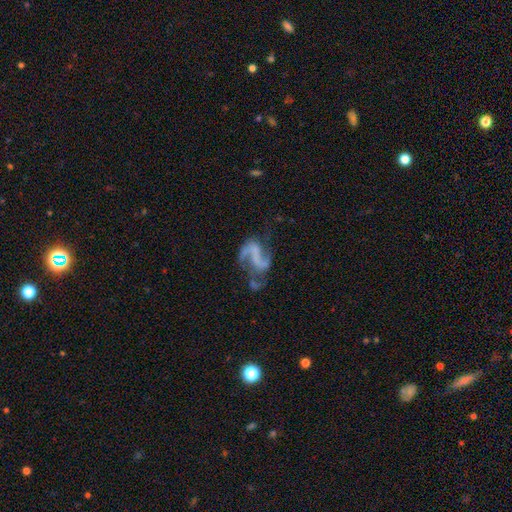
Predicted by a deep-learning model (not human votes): Smooth or featured? featured or disk (84%)
Edge-on disk? no (98%)
Bar? no (36%)
Spiral arms? yes (91%)
Spiral winding? loose (66%)
Spiral arm count? 2 (86%)
Bulge size? none (71%)
Merging? none (47%)